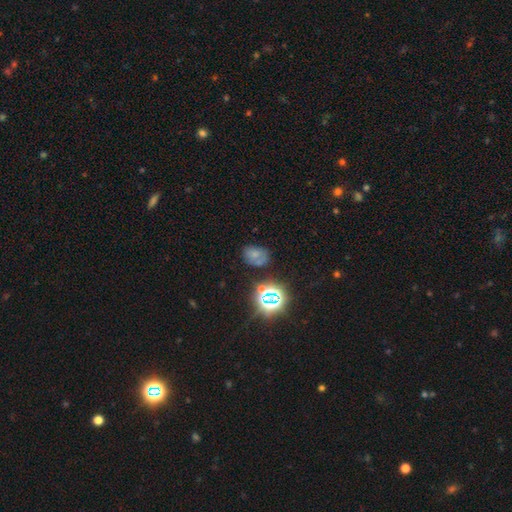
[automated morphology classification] type=smooth (53%); roundness=in between (70%); merging=none (58%).